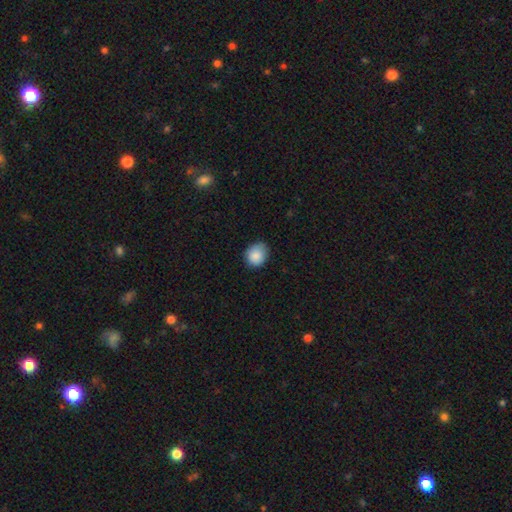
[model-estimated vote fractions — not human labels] This is clearly a smooth galaxy (87%). How rounded: likely round (64%). Merging: likely none (74%).